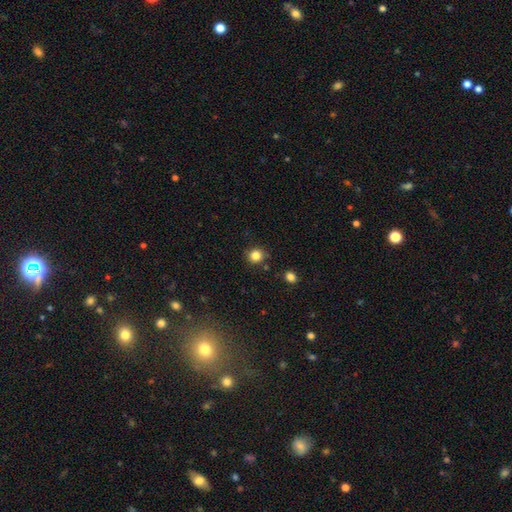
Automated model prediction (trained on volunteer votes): A smooth galaxy with no disk features (83%) that is round (88%).

Vote fractions:
- Smooth or featured? smooth: 83% / star or artifact: 12% / featured or disk: 5%
- How rounded? round: 88% / in between: 11% / cigar-shaped: 1%
- Merging? none: 84% / minor disturbance: 11% / merger: 3% / major disturbance: 2%